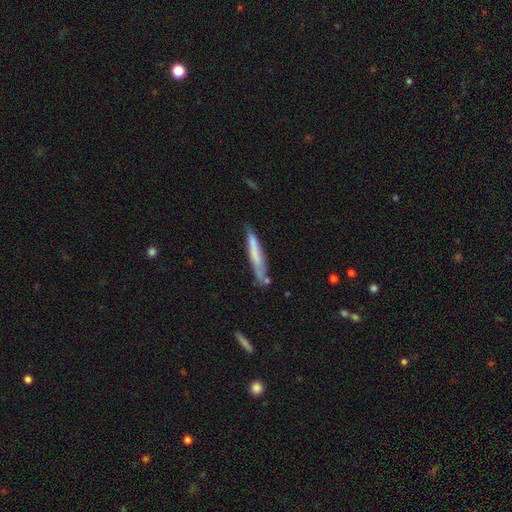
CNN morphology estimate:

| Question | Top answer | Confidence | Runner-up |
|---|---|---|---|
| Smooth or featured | smooth | 65% | featured or disk (29%) |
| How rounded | cigar-shaped | 93% | in between (6%) |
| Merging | none | 63% | minor disturbance (24%) |